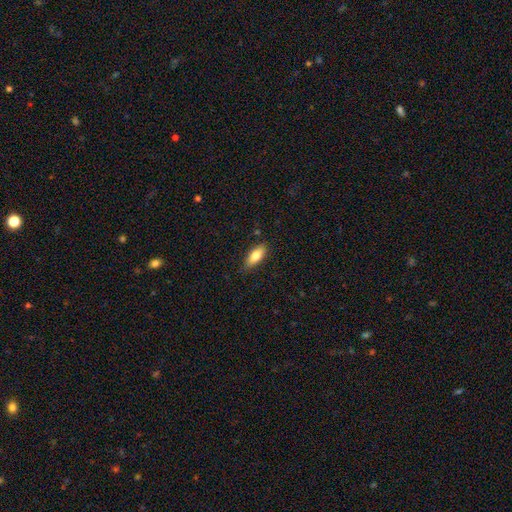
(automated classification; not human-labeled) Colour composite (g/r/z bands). It shows a smooth galaxy with no disk features (78%) that is in between round and cigar-shaped (78%). Merging: none (83%).